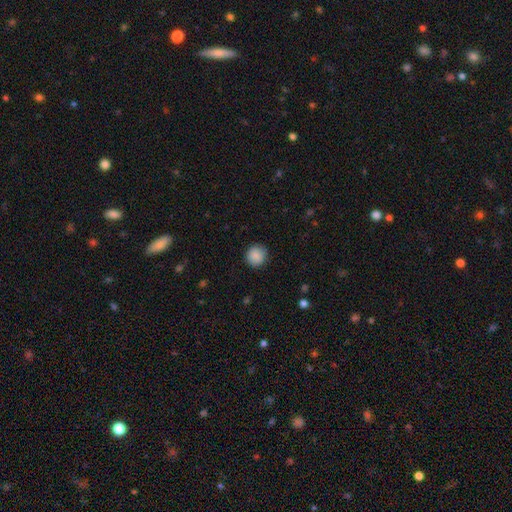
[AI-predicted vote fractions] Morphology: type=smooth (88%); roundness=round (91%); merging=none (88%).